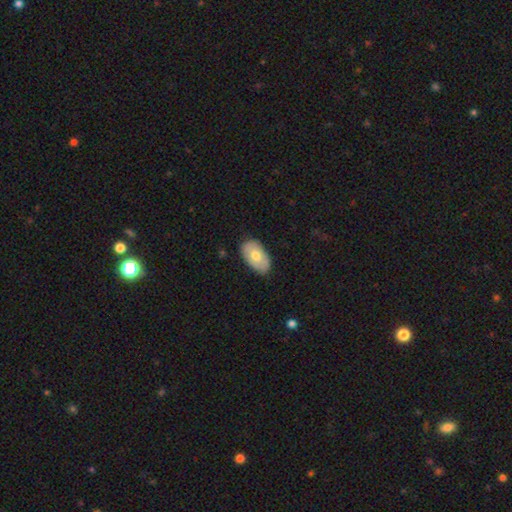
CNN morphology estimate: type=smooth (60%); roundness=in between (93%); merging=none (82%).